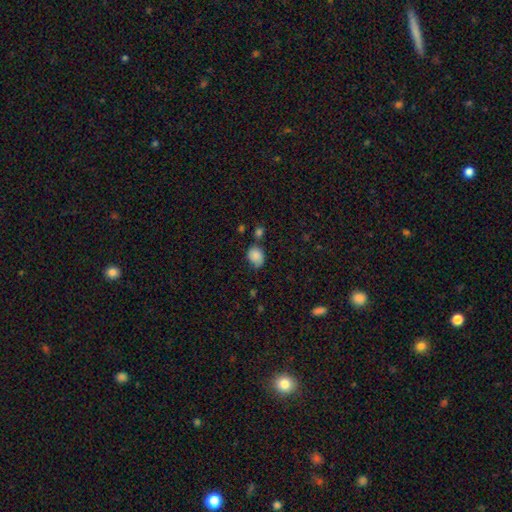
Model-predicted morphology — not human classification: Overall: smooth (81%). How rounded: in between (55%; round 44%). Merging: none (56%; minor disturbance 29%).